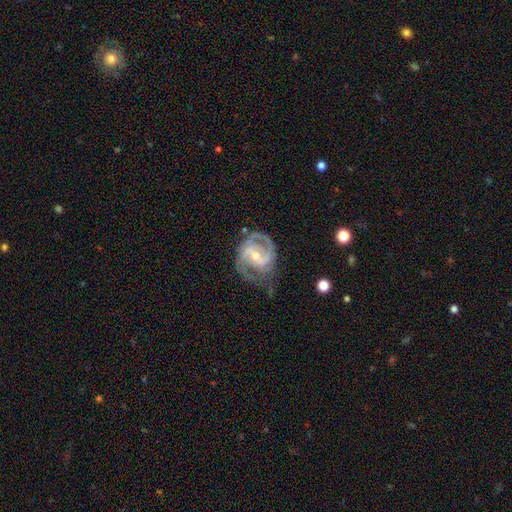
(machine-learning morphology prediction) featured or disk 90%, smooth 5%, star or artifact 5%. Down the decision tree: edge-on disk — no (98%); bar — weak (49%); spiral arms — yes (97%); spiral arm count — 2 (76%); spiral winding — medium (52%); bulge size — small (51%); merging — none (60%).